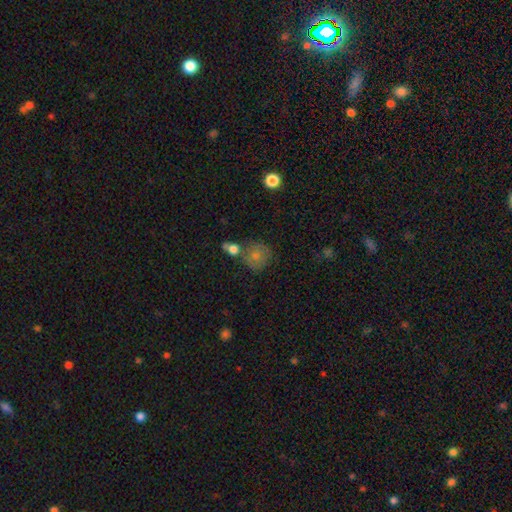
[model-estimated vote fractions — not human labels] smooth 72%, featured or disk 18%, star or artifact 10%. Down the decision tree: how rounded — round (84%); merging — none (54%).